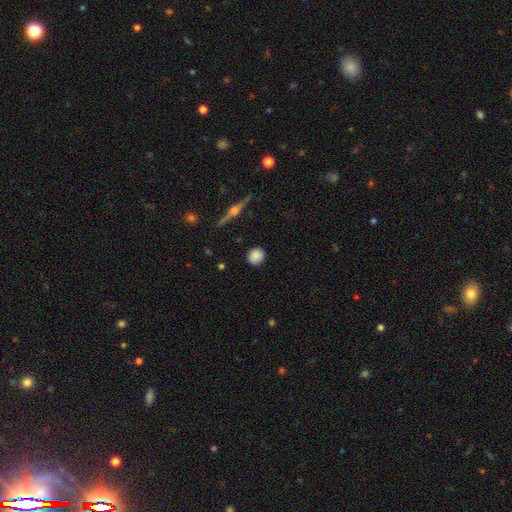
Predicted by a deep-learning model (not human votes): smooth-or-featured: smooth: 82% | featured or disk: 9% | star or artifact: 9%
  how-rounded: round: 88% | in between: 10% | cigar-shaped: 2%
  merging: none: 89% | minor disturbance: 8% | major disturbance: 2% | merger: 1%